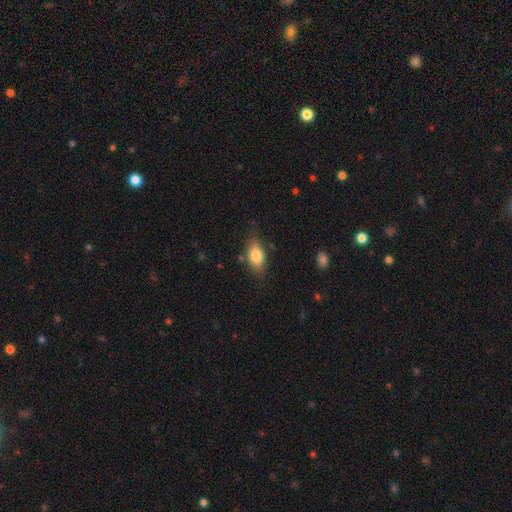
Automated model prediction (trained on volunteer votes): Morphology: type=smooth (79%); roundness=in between (86%); merging=none (76%).